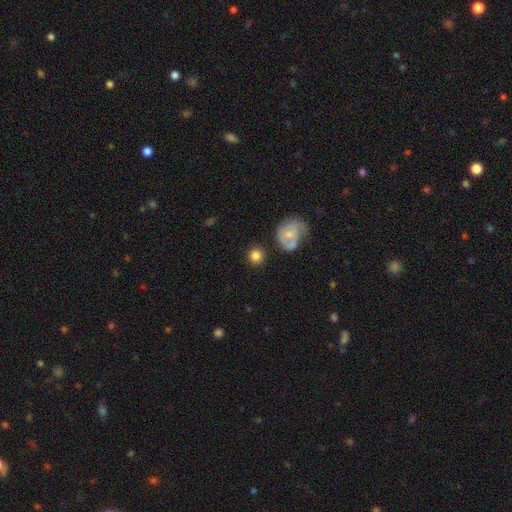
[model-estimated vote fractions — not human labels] Overall: smooth (81%). How rounded: round (89%). Merging: none (80%).